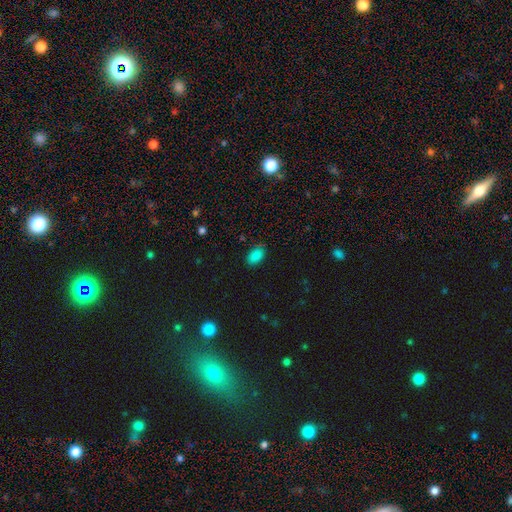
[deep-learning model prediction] Morphology: type=smooth (86%); roundness=in between (90%); merging=none (83%).